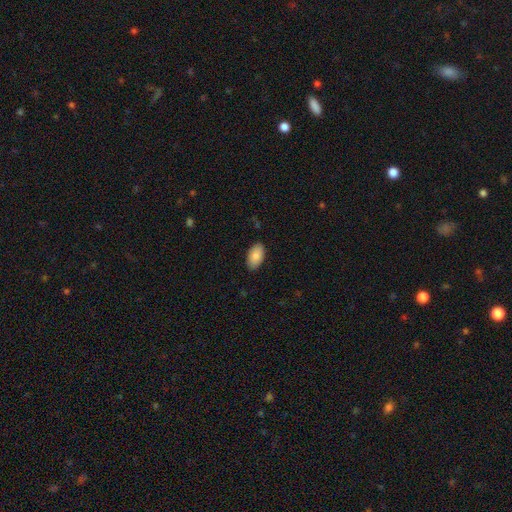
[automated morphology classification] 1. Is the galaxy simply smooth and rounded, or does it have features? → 87% smooth, 7% featured or disk, 6% star or artifact.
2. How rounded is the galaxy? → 95% in between, 3% round, 2% cigar-shaped.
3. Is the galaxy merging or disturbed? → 87% none, 10% minor disturbance, 2% major disturbance, 1% merger.